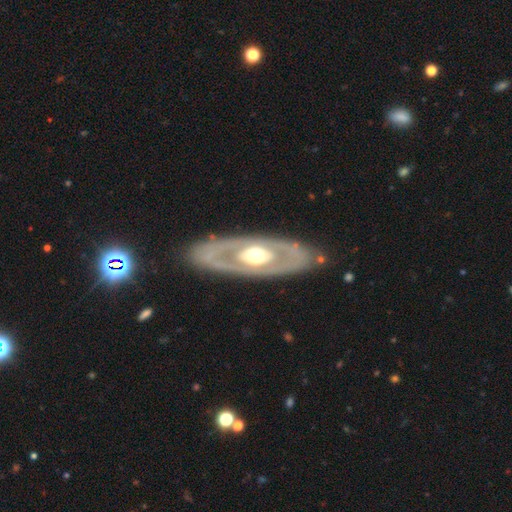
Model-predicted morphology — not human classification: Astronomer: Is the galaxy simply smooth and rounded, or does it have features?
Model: featured or disk — 71%.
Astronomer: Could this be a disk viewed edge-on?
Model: no — 82%.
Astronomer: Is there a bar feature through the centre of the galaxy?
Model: no — 86%.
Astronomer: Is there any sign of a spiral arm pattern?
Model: no — 83%.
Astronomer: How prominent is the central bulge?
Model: moderate — 65%.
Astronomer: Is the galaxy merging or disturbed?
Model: none — 82%.